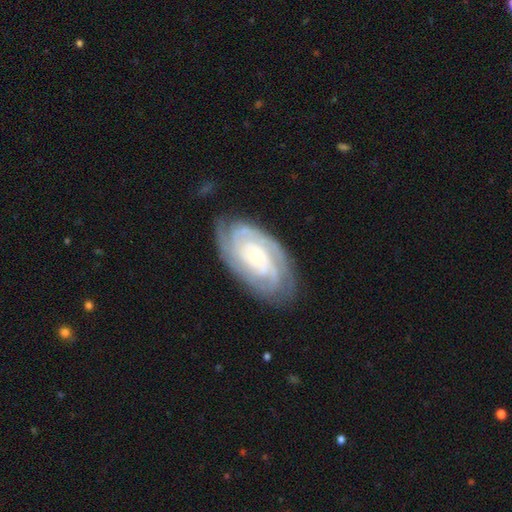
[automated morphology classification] The model was most divided on "spiral arm count": 3: 27%, can't tell: 23%, 2: 19%, 4: 19%, more than 4: 6%, 1: 5%. More confident: spiral arms — yes (97%); edge-on disk — no (96%); smooth or featured — featured or disk (88%); merging — none (78%); spiral winding — tight (76%); bar — no (69%); bulge size — small (67%).